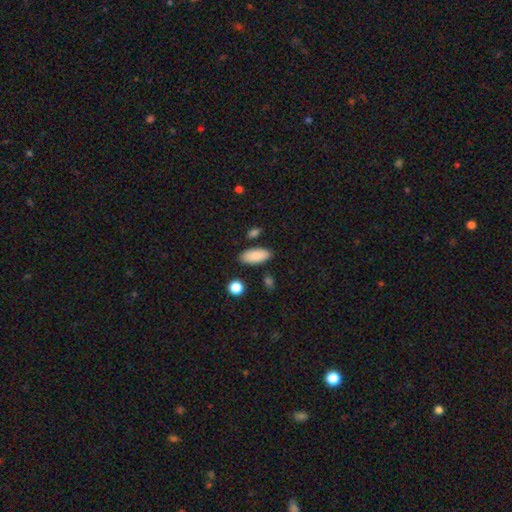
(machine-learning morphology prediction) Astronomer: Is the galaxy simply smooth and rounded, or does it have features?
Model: smooth — 88%.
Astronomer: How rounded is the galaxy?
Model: in between — 87%.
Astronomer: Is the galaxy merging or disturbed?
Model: none — 85%.